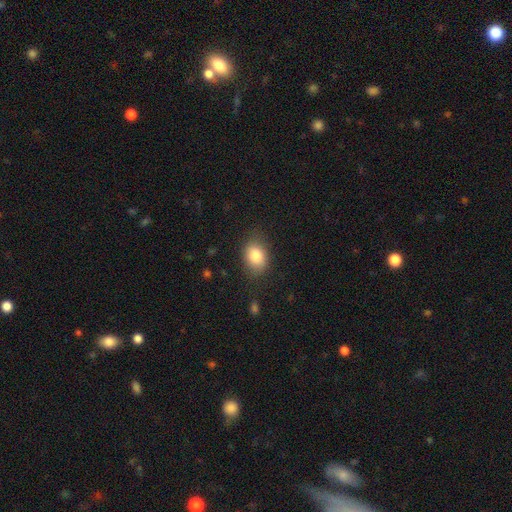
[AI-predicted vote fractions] This appears to be a smooth galaxy with no disk features (82%) that is in between round and cigar-shaped (67%). Merging: none (78%).